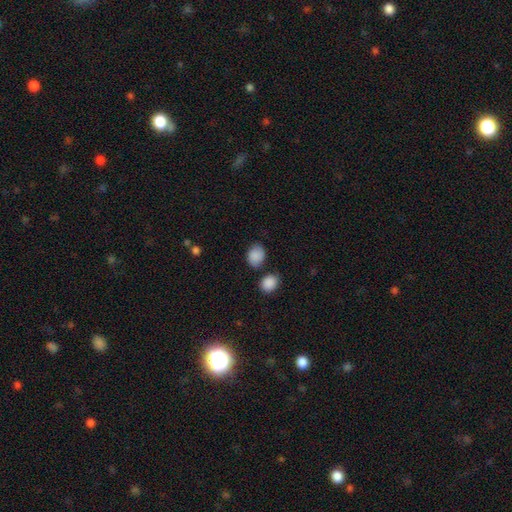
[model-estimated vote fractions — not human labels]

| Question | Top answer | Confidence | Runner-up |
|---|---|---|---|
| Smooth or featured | smooth | 87% | star or artifact (8%) |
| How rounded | in between | 56% | round (43%) |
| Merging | none | 71% | minor disturbance (16%) |